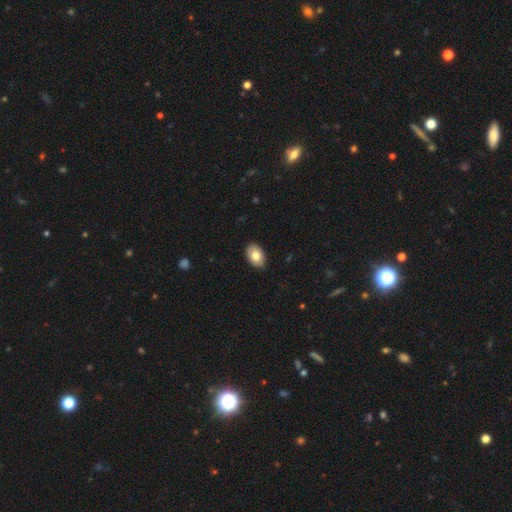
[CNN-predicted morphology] smooth-or-featured: smooth: 80% | featured or disk: 13% | star or artifact: 7%
  how-rounded: in between: 88% | round: 11% | cigar-shaped: 1%
  merging: none: 88% | minor disturbance: 9% | major disturbance: 2% | merger: 1%